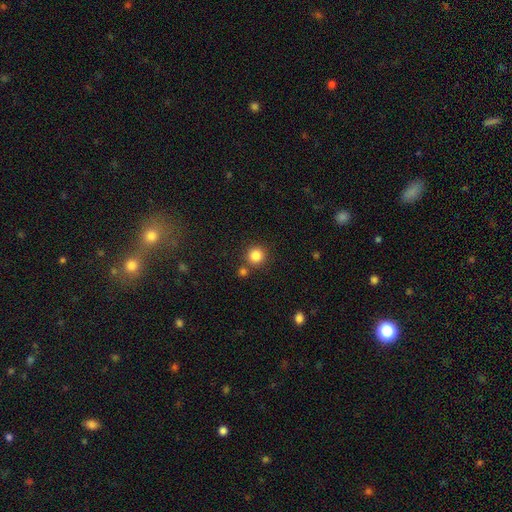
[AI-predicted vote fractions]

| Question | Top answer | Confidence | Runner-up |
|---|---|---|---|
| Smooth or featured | smooth | 84% | star or artifact (11%) |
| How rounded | round | 93% | in between (6%) |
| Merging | none | 80% | merger (10%) |